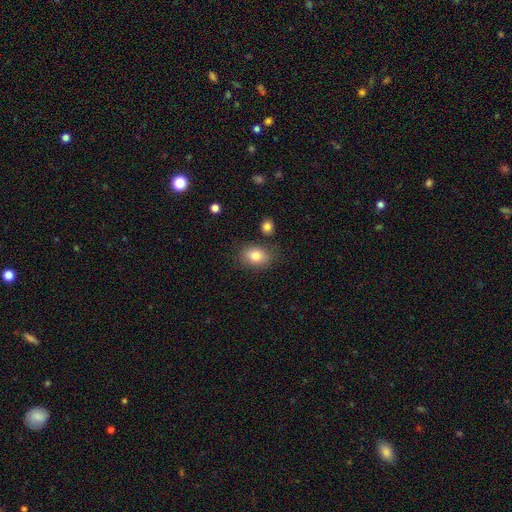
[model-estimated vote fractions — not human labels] Smooth or featured? smooth (82%)
How rounded? in between (66%)
Merging? none (78%)